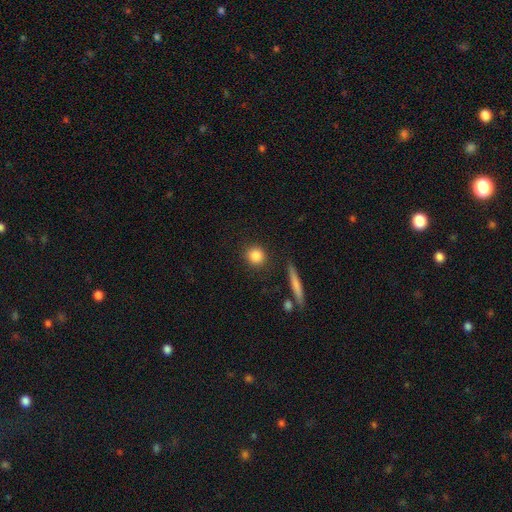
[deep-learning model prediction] A smooth galaxy with no disk features (85%) that is round (86%). Merging: none (86%).